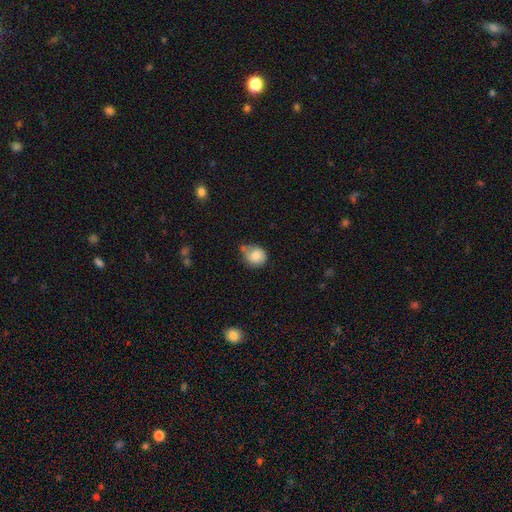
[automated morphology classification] The model was most divided on "merging": none: 45%, minor disturbance: 36%, merger: 10%, major disturbance: 9%. More confident: smooth or featured — smooth (80%); how rounded — round (76%).